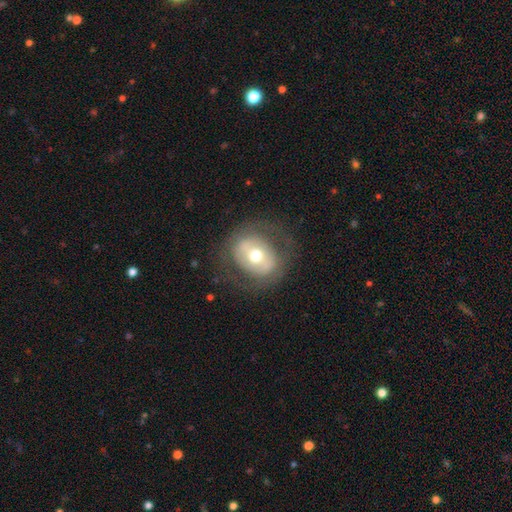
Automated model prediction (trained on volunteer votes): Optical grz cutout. It shows a featured or disk galaxy (50%). Merging: none (72%).